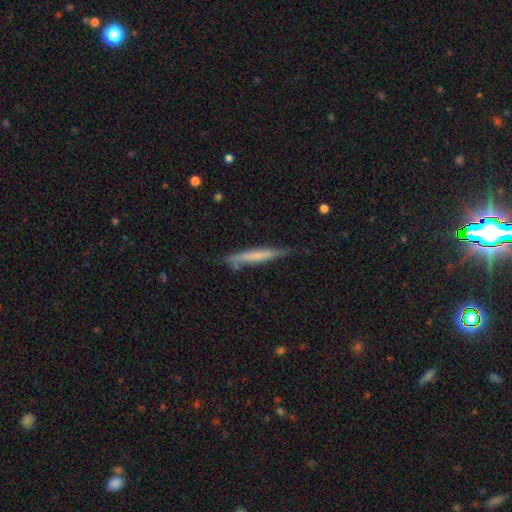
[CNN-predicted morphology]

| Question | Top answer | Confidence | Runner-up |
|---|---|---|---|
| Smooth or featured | smooth | 55% | featured or disk (39%) |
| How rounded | cigar-shaped | 95% | in between (4%) |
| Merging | none | 72% | minor disturbance (21%) |